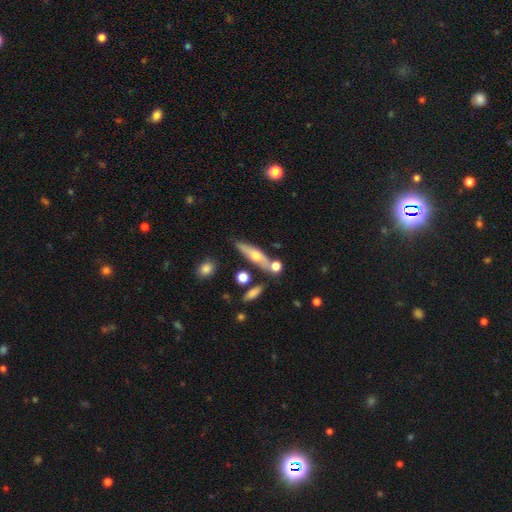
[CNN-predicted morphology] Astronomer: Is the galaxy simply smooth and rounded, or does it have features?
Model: smooth — 49% (runner-up: featured or disk, 44%).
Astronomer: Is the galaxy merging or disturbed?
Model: none — 69%.